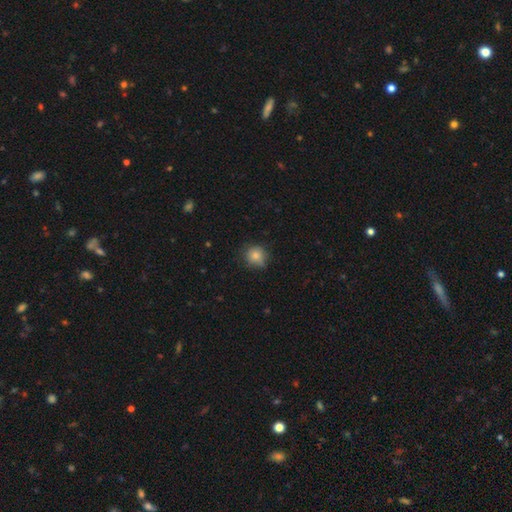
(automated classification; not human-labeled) A smooth galaxy with no disk features (81%) that is round (85%). Merging: none (71%).